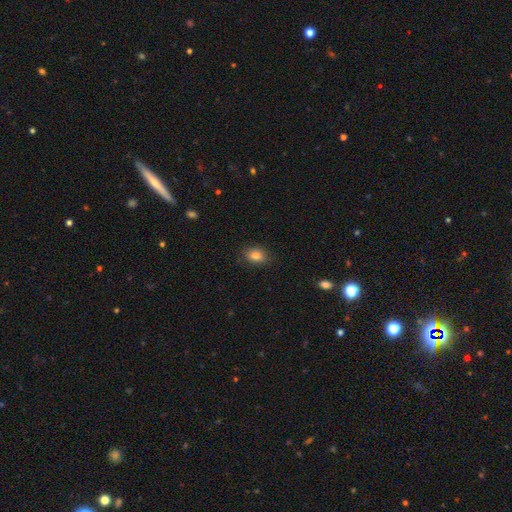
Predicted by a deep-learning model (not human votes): A smooth galaxy with no disk features (83%) that is in between round and cigar-shaped (70%).

Vote fractions:
- Smooth or featured? smooth: 83% / star or artifact: 10% / featured or disk: 7%
- How rounded? in between: 70% / round: 29% / cigar-shaped: 2%
- Merging? none: 83% / minor disturbance: 14% / major disturbance: 3% / merger: 1%